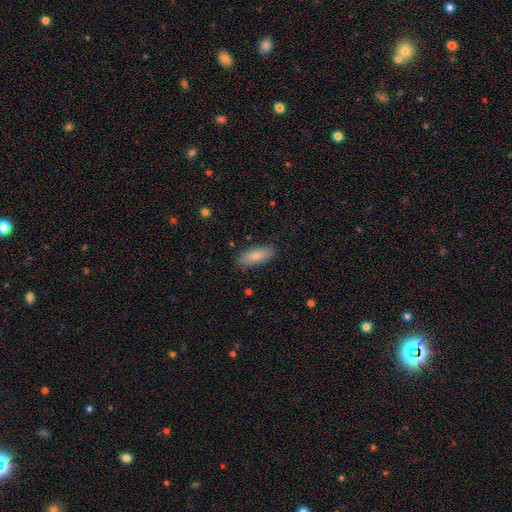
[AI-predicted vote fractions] Smooth or featured? smooth (79%)
How rounded? in between (75%)
Merging? none (85%)